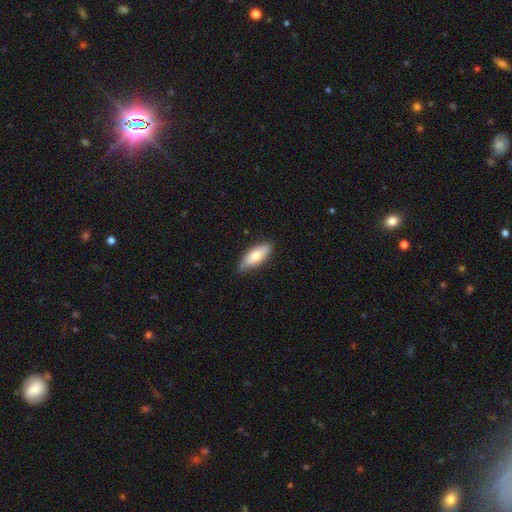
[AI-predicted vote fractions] Smooth or featured? smooth (70%)
How rounded? in between (72%)
Merging? none (77%)